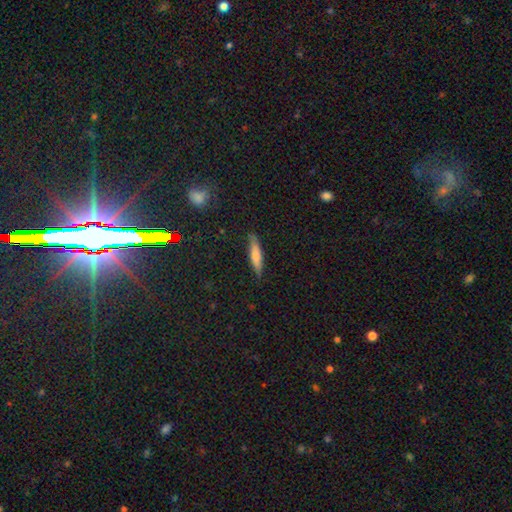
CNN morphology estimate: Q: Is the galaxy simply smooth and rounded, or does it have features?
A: smooth — 70%.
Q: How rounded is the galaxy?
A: cigar-shaped — 83%.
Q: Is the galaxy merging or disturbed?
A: none — 83%.